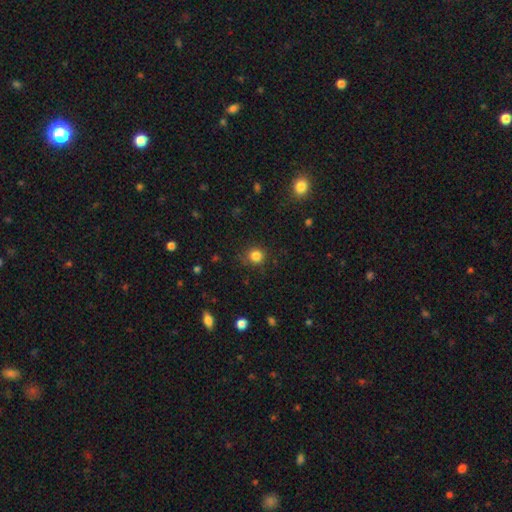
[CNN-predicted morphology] The model was most divided on "smooth or featured": smooth: 83%, star or artifact: 13%, featured or disk: 4%. More confident: how rounded — round (90%); merging — none (84%).